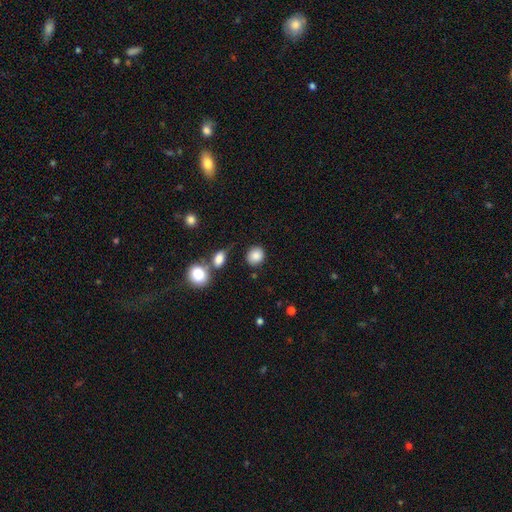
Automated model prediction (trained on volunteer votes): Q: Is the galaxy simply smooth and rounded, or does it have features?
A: smooth — 86%.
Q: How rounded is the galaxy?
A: round — 73%.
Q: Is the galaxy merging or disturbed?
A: none — 77%.